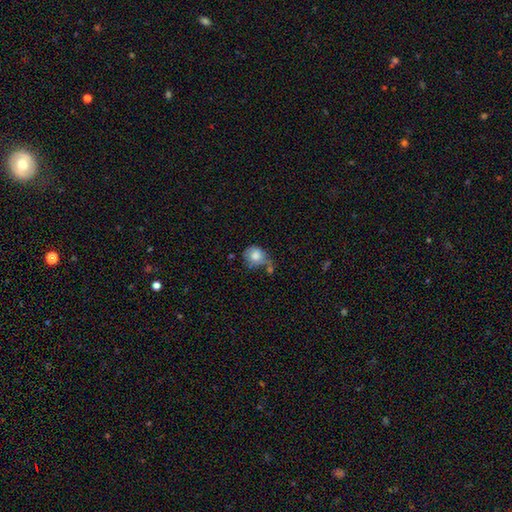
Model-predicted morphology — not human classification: Smooth or featured?
  - smooth: 79% *
  - featured or disk: 13%
  - star or artifact: 8%
How rounded?
  - round: 76% *
  - in between: 23%
  - cigar-shaped: 1%
Merging?
  - none: 42% *
  - minor disturbance: 27%
  - merger: 19%
  - major disturbance: 12%